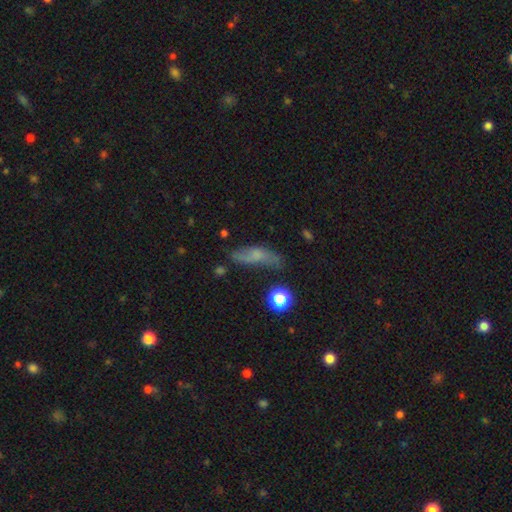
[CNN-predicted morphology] smooth 52%, featured or disk 35%, star or artifact 13%. Down the decision tree: how rounded — cigar-shaped (47%, tied with in between); merging — none (51%).